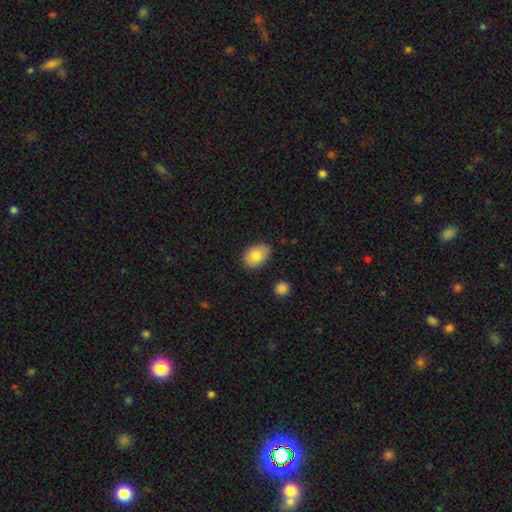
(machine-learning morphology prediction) Q: Smooth or featured?
A: smooth (83%); runner-up: featured or disk (10%)
Q: How rounded?
A: in between (80%); runner-up: round (19%)
Q: Merging?
A: none (79%); runner-up: minor disturbance (16%)